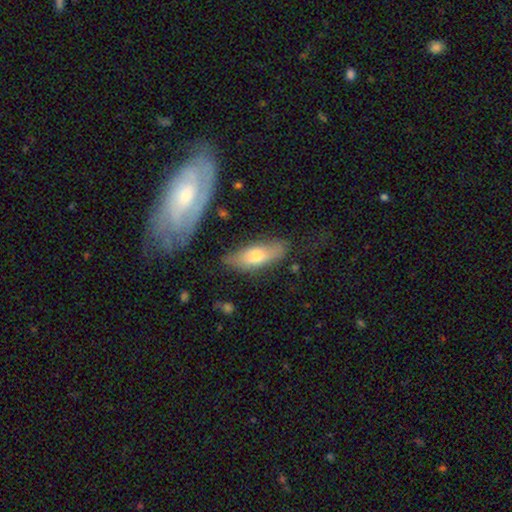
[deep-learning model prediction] This appears to be a smooth galaxy with no disk features (58%) that is in between round and cigar-shaped (61%). Merging: none (71%).